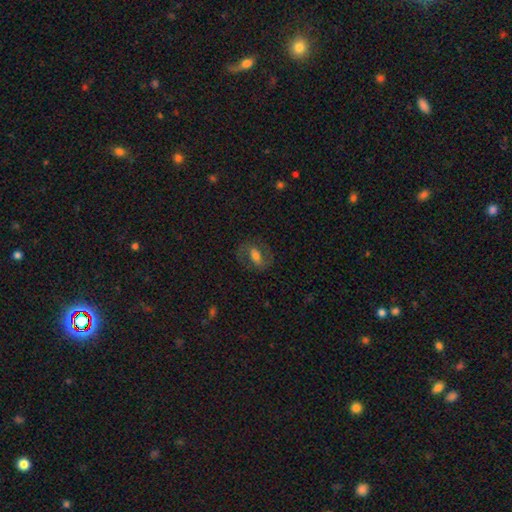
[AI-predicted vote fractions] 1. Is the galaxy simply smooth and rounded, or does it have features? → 51% featured or disk, 40% smooth, 9% star or artifact.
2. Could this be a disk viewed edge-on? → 92% no, 8% yes.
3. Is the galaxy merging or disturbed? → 72% none, 15% minor disturbance, 12% major disturbance, 1% merger.